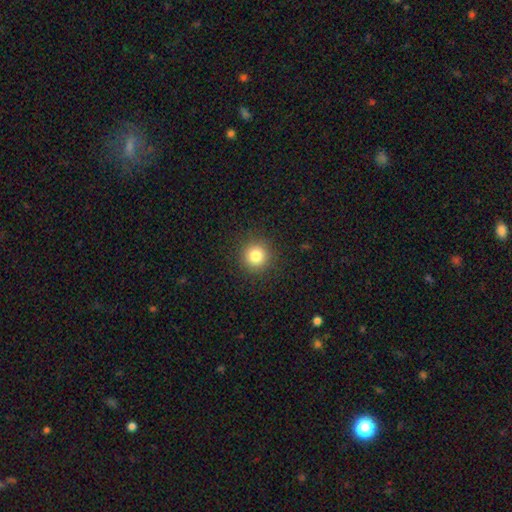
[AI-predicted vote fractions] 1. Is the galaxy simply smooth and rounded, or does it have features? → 81% smooth, 12% star or artifact, 7% featured or disk.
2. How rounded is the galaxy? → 95% round, 4% in between, 1% cigar-shaped.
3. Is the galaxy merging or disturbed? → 91% none, 6% minor disturbance, 2% major disturbance, 1% merger.